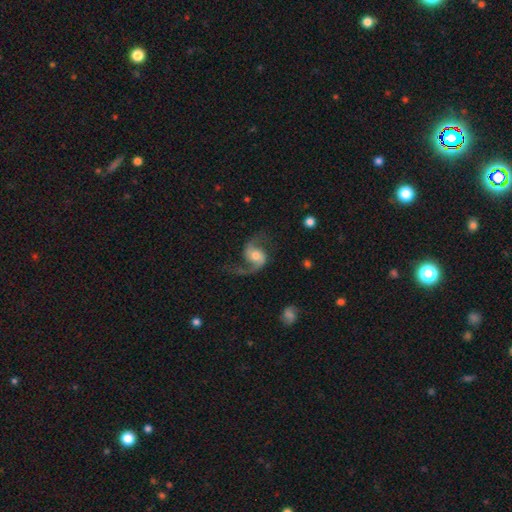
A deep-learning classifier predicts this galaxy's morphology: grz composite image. It shows a featured or disk galaxy (87%) with no bar (55%), 2 (88%) loose (63%) spiral arms (97%) and a moderate central bulge (63%). Merging: none (66%).